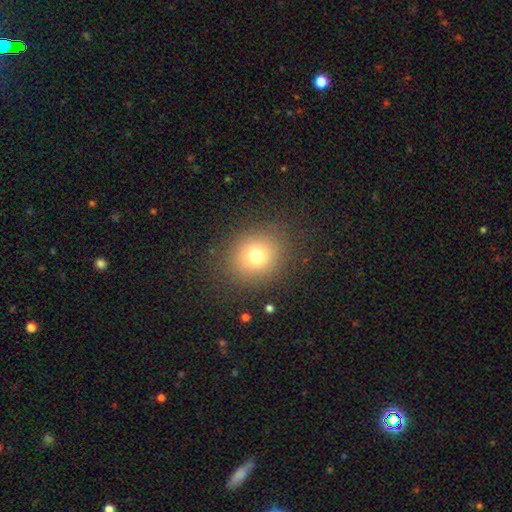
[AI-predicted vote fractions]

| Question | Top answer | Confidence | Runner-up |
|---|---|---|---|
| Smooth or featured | smooth | 75% | star or artifact (15%) |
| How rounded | round | 75% | in between (24%) |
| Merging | none | 86% | minor disturbance (9%) |